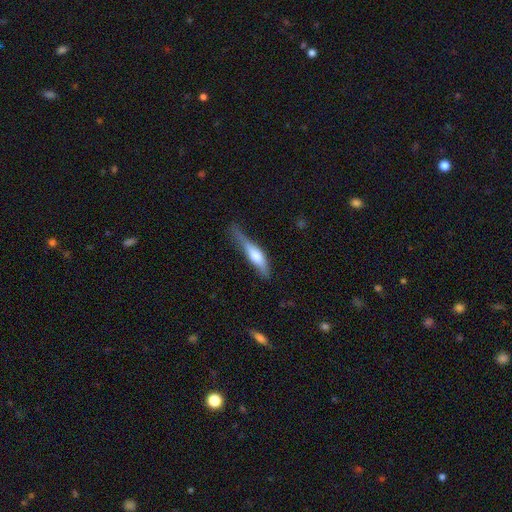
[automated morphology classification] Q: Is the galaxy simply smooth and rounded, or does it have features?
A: smooth — 49%.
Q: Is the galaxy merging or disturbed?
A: none — 46%.